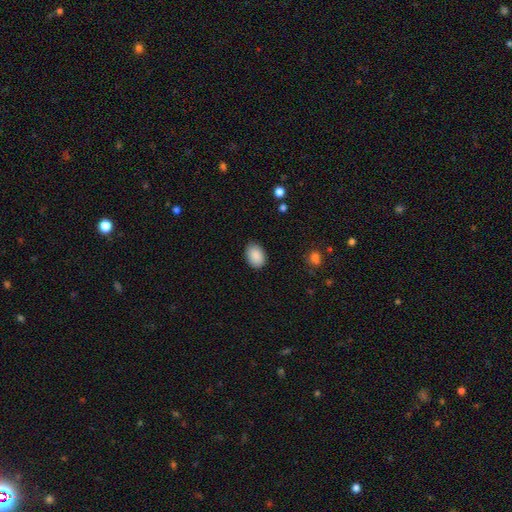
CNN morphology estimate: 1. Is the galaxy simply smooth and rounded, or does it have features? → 89% smooth, 7% star or artifact, 3% featured or disk.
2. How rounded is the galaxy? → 83% in between, 16% round, 1% cigar-shaped.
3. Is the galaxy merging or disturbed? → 84% none, 13% minor disturbance, 3% major disturbance, 1% merger.